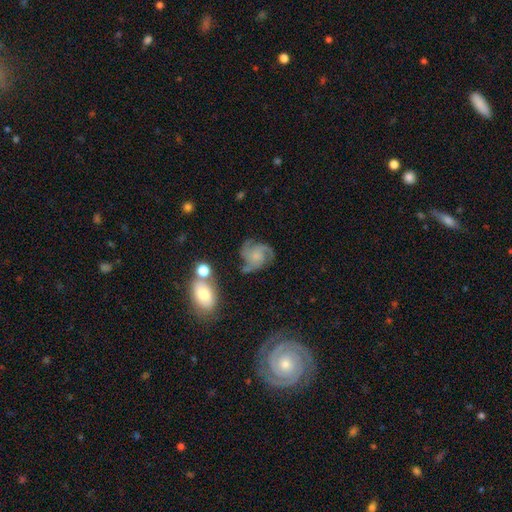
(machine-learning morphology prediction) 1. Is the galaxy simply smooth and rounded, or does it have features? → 78% featured or disk, 14% smooth, 8% star or artifact.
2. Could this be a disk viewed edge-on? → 98% no, 2% yes.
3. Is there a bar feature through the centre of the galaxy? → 75% no, 21% weak, 3% strong.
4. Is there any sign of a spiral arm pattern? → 96% yes, 4% no.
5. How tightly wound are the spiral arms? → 50% medium, 33% tight, 17% loose.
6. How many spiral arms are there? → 58% 3, 13% 2, 12% 4, 10% can't tell, 4% 1, 4% more than 4.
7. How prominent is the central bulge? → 55% small, 24% moderate, 16% none, 3% large, 2% dominant.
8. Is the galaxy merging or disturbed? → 58% none, 22% minor disturbance, 15% major disturbance, 5% merger.